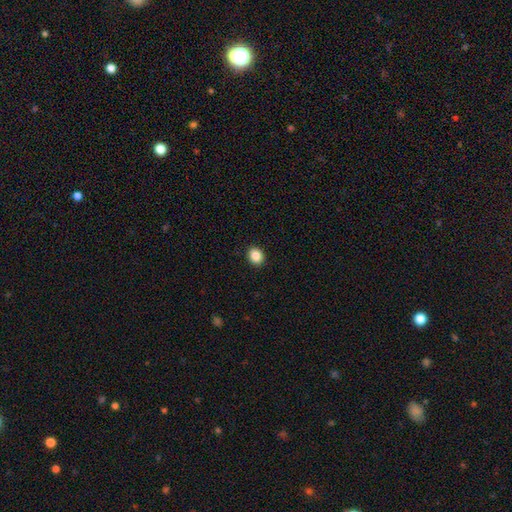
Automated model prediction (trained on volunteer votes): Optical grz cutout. It shows a smooth galaxy with no disk features (87%) that is round (65%). Merging: none (92%).